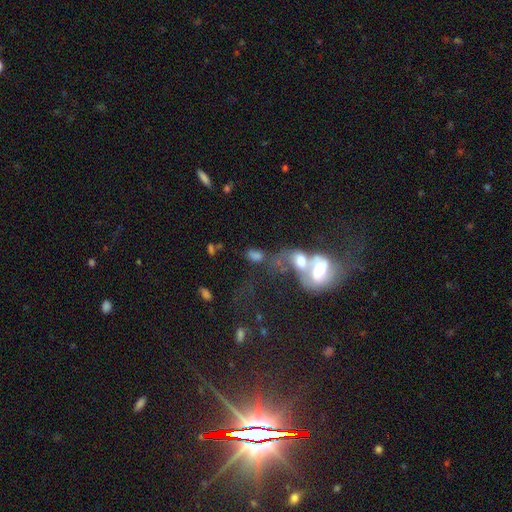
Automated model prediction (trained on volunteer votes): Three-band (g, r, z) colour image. It shows a smooth galaxy with no disk features (56%) that is in between round and cigar-shaped (76%). Merging: merger (65%).